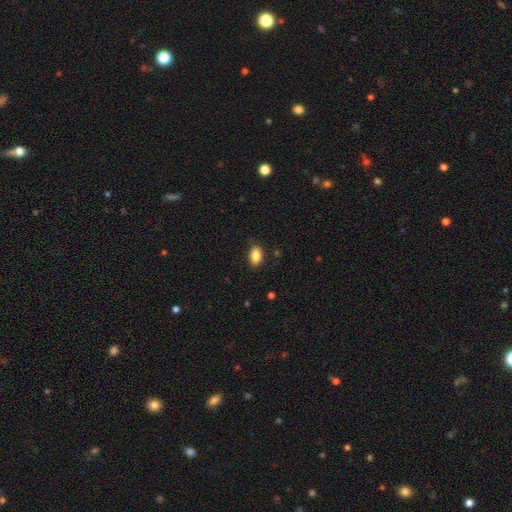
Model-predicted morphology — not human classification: Smooth or featured? Predicted: smooth (p=0.86). How rounded? Predicted: in between (p=0.90). Merging? Predicted: none (p=0.86).